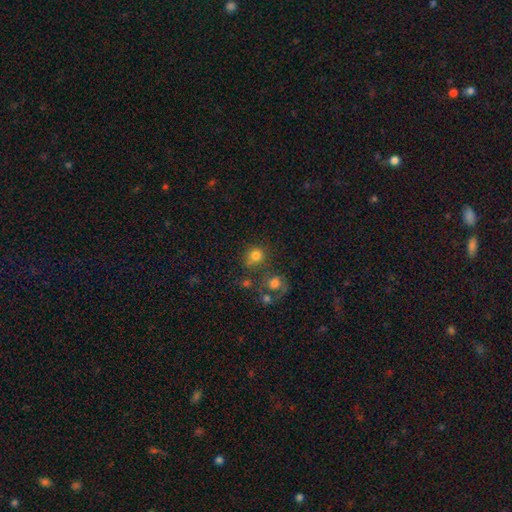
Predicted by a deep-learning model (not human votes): smooth_or_featured: smooth (p=0.78) [alt: star or artifact p=0.11]
how_rounded: round (p=0.83) [alt: in between p=0.16]
merging: none (p=0.60) [alt: merger p=0.19]